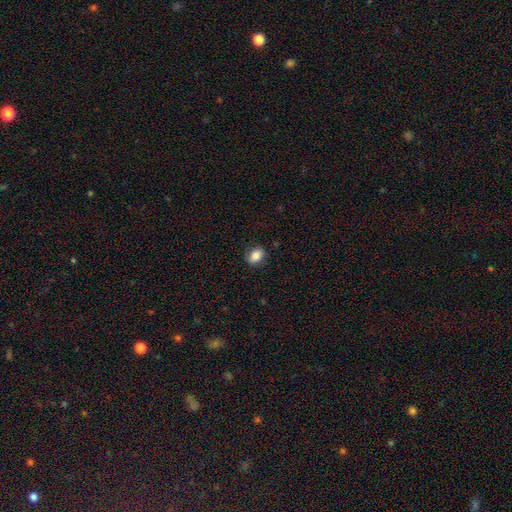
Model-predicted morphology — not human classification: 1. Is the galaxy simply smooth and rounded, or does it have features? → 80% smooth, 11% featured or disk, 9% star or artifact.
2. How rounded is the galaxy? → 66% in between, 33% round, 1% cigar-shaped.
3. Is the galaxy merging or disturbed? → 86% none, 10% minor disturbance, 2% major disturbance, 1% merger.